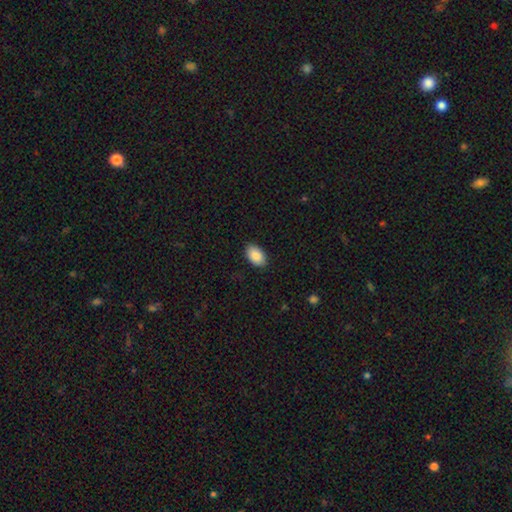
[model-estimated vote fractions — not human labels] A smooth galaxy with no disk features (89%) that is in between round and cigar-shaped (92%). Merging: none (88%).